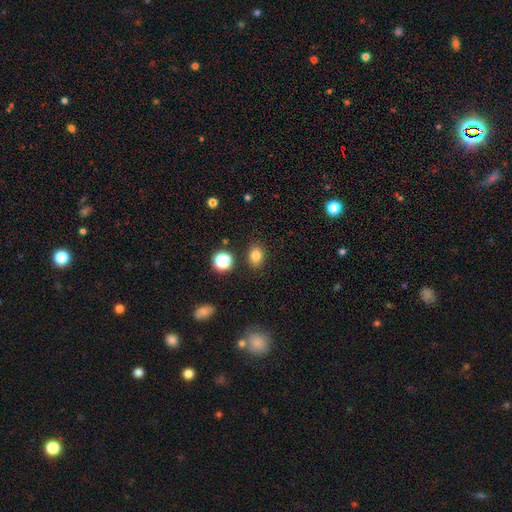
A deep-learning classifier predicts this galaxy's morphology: This is likely a smooth galaxy (80%). How rounded: possibly in between (55%). Merging: clearly none (86%).